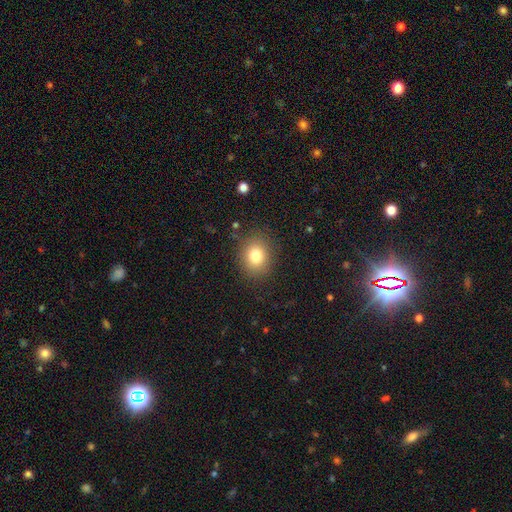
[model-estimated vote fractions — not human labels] This appears to be a smooth galaxy with no disk features (79%) that is round (68%). Merging: none (85%).